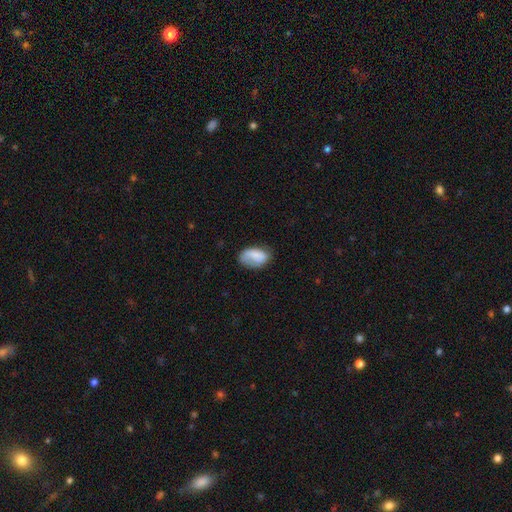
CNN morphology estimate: Smooth or featured? Predicted: smooth (p=0.79). How rounded? Predicted: in between (p=0.91). Merging? Predicted: none (p=0.55).